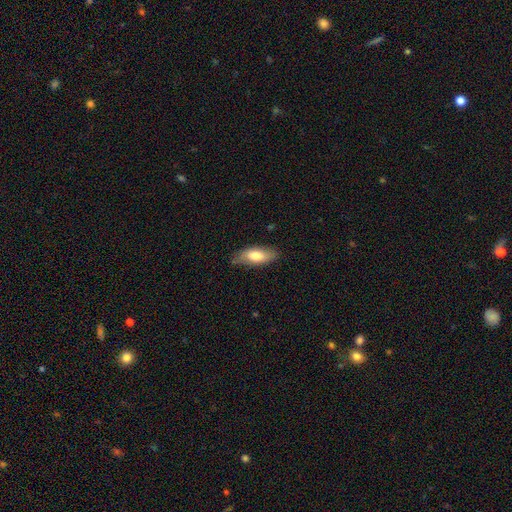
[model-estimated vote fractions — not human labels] Overall: smooth (75%). How rounded: in between (78%). Merging: none (77%).